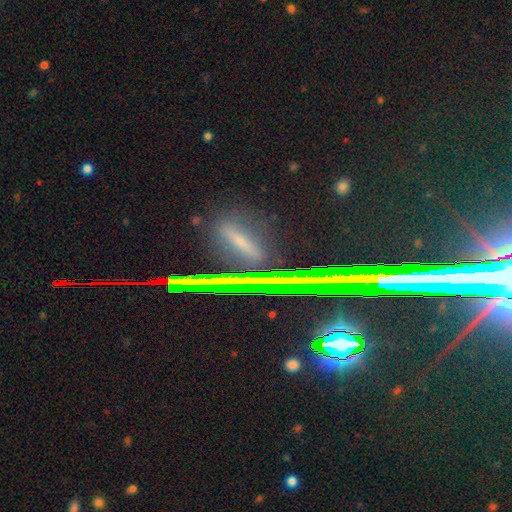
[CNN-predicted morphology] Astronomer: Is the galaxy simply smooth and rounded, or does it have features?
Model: star or artifact — 65%.